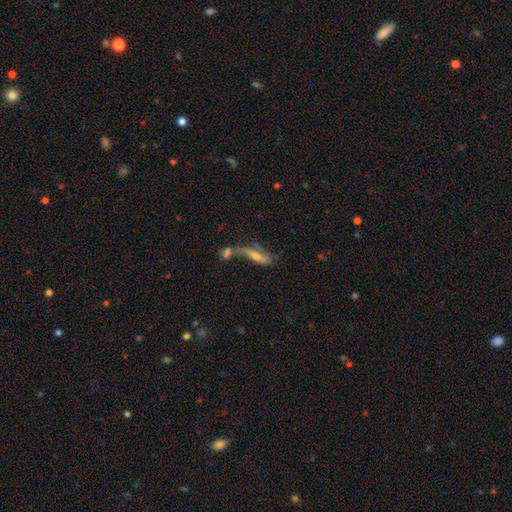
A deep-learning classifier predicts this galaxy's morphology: This is possibly a featured or disk galaxy (50%). Merging: marginally merger (42%).